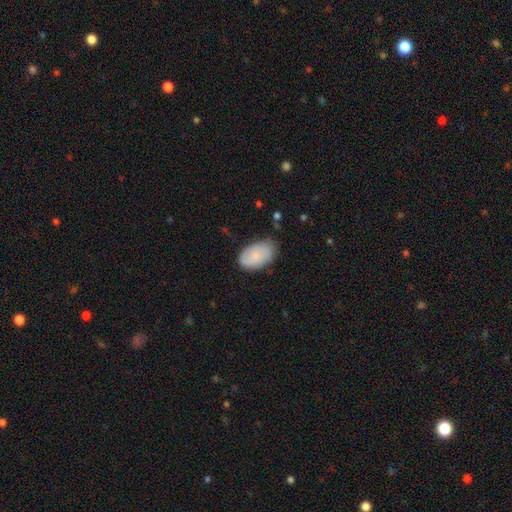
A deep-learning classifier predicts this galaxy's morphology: A smooth galaxy with no disk features (80%) that is in between round and cigar-shaped (94%).

Vote fractions:
- Smooth or featured? smooth: 80% / featured or disk: 13% / star or artifact: 6%
- How rounded? in between: 94% / round: 5% / cigar-shaped: 1%
- Merging? none: 67% / minor disturbance: 26% / major disturbance: 5% / merger: 2%